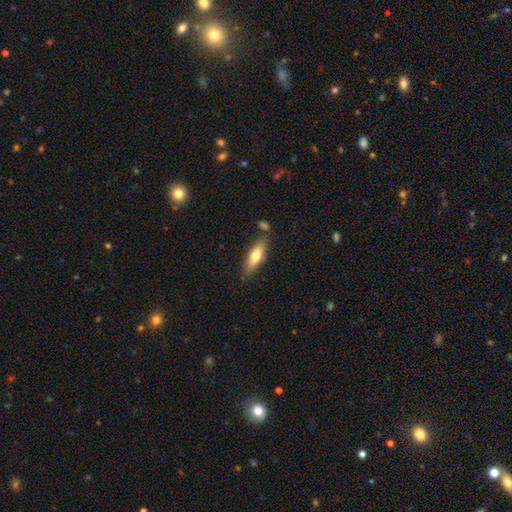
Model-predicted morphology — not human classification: smooth-or-featured: smooth: 68% | featured or disk: 26% | star or artifact: 6%
  how-rounded: cigar-shaped: 54% | in between: 44% | round: 2%
  merging: none: 74% | minor disturbance: 15% | merger: 8% | major disturbance: 3%